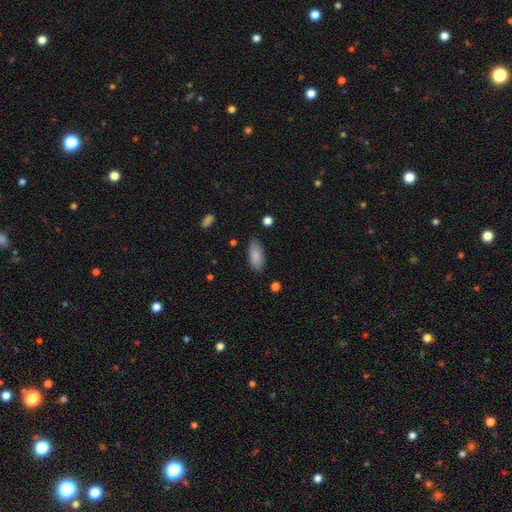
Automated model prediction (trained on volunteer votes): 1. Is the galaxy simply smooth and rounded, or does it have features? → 86% smooth, 7% featured or disk, 6% star or artifact.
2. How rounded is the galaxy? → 85% in between, 13% cigar-shaped, 2% round.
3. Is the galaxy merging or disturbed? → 83% none, 13% minor disturbance, 3% major disturbance, 2% merger.